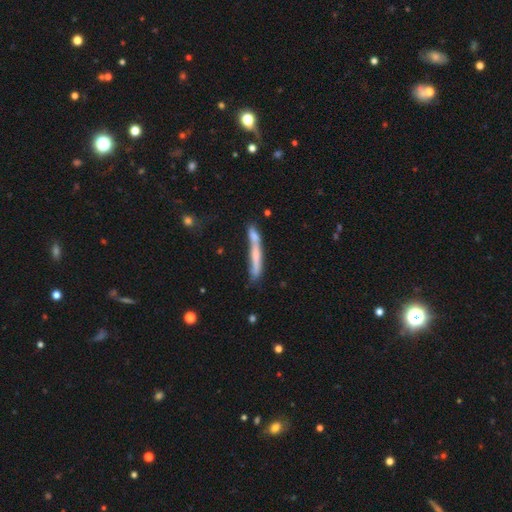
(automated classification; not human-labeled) Smooth or featured? smooth (53%)
How rounded? cigar-shaped (94%)
Merging? none (49%)